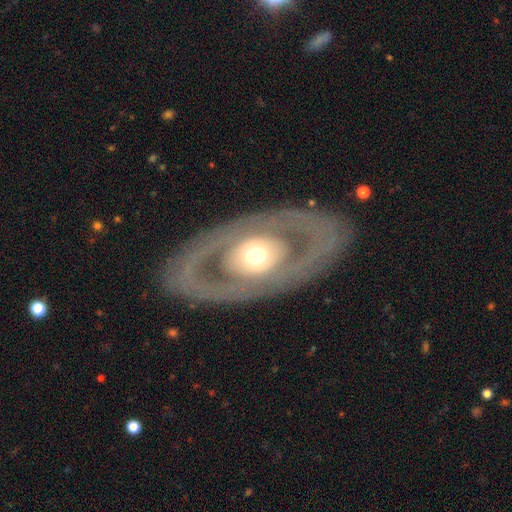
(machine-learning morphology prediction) Q: Smooth or featured?
A: featured or disk (71%); runner-up: smooth (24%)
Q: Edge-on disk?
A: no (90%); runner-up: yes (10%)
Q: Bar?
A: no (87%); runner-up: weak (9%)
Q: Spiral arms?
A: no (77%); runner-up: yes (23%)
Q: Bulge size?
A: moderate (66%); runner-up: large (21%)
Q: Merging?
A: none (81%); runner-up: minor disturbance (10%)